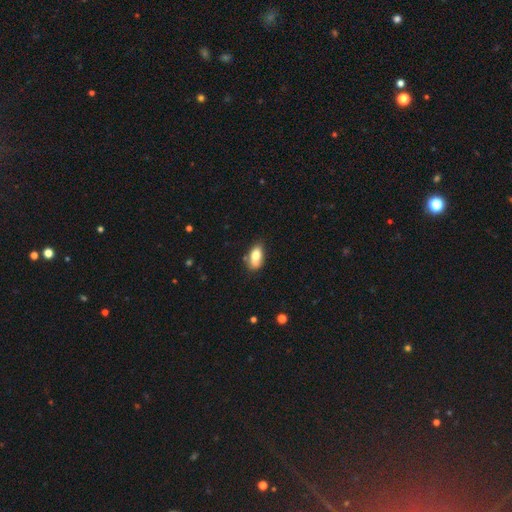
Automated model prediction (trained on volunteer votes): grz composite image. It shows a smooth galaxy with no disk features (79%) that is in between round and cigar-shaped (89%). Merging: none (60%).